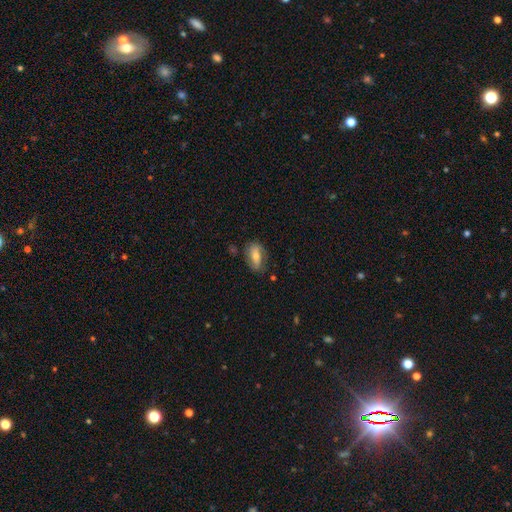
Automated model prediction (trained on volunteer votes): Smooth or featured?
  - smooth: 52% *
  - featured or disk: 40%
  - star or artifact: 8%
How rounded?
  - in between: 83% *
  - cigar-shaped: 9%
  - round: 7%
Merging?
  - none: 70% *
  - minor disturbance: 21%
  - major disturbance: 6%
  - merger: 2%